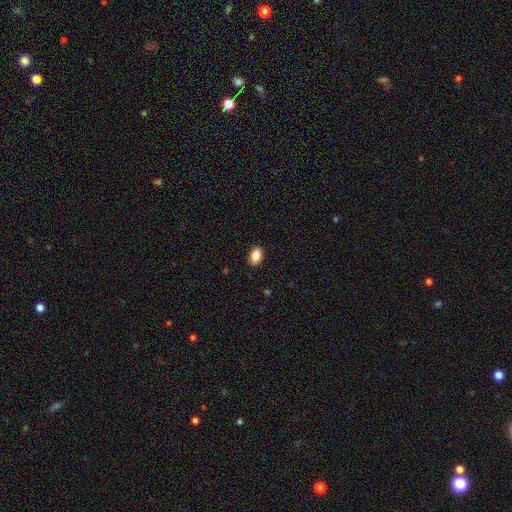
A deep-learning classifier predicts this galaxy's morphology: This is clearly a smooth galaxy (87%). How rounded: clearly in between (86%). Merging: clearly none (91%).